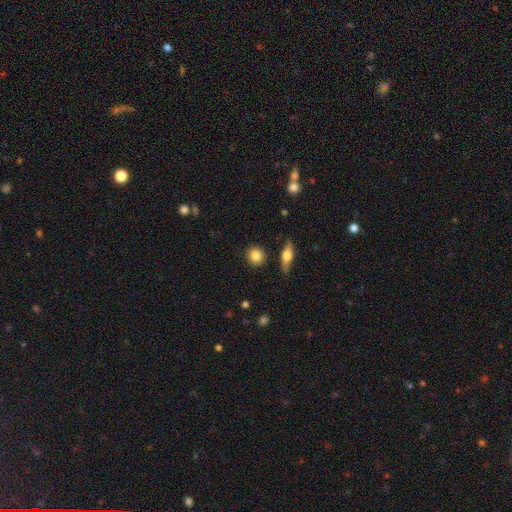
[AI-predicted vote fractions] smooth 84%, featured or disk 9%, star or artifact 8%. Down the decision tree: how rounded — round (84%); merging — none (88%).